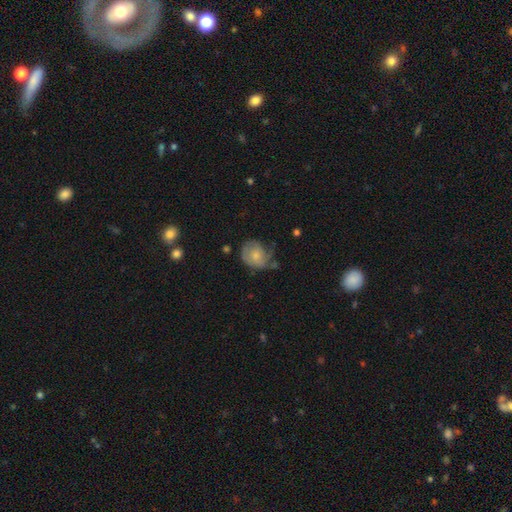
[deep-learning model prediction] smooth-or-featured: smooth: 53% | featured or disk: 40% | star or artifact: 7%
  how-rounded: round: 67% | in between: 32% | cigar-shaped: 1%
  merging: none: 45% | minor disturbance: 33% | major disturbance: 18% | merger: 4%